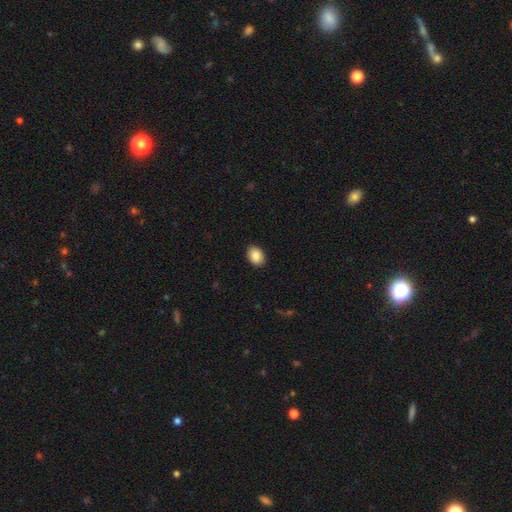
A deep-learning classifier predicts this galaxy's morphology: smooth-or-featured: smooth: 88% | star or artifact: 7% | featured or disk: 4%
  how-rounded: in between: 72% | round: 27% | cigar-shaped: 1%
  merging: none: 91% | minor disturbance: 7% | major disturbance: 2% | merger: 1%